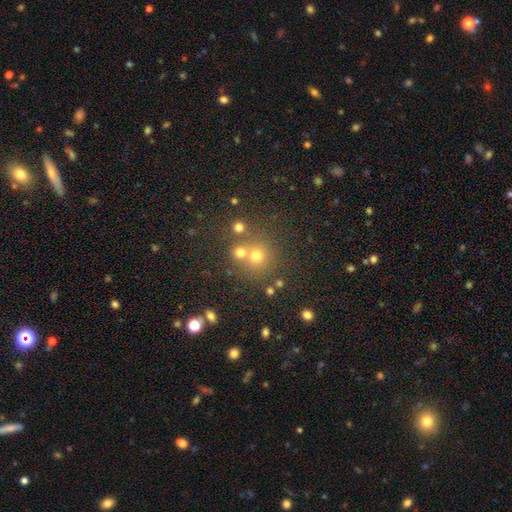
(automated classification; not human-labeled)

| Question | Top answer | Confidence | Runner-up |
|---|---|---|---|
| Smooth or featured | smooth | 66% | star or artifact (22%) |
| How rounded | round | 90% | in between (9%) |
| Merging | none | 62% | merger (27%) |